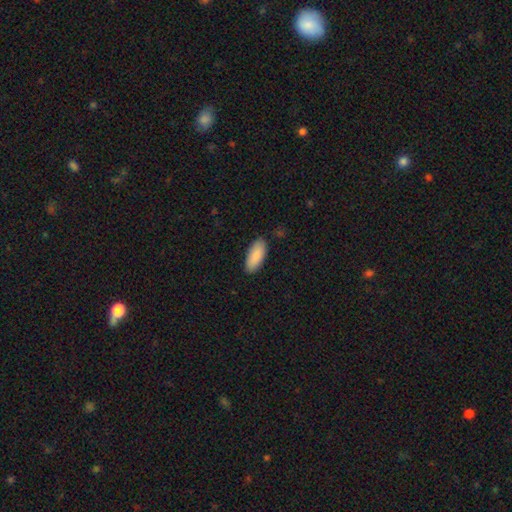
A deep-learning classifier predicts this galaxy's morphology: Q: Smooth or featured?
A: smooth (89%); runner-up: star or artifact (6%)
Q: How rounded?
A: in between (87%); runner-up: cigar-shaped (12%)
Q: Merging?
A: none (87%); runner-up: minor disturbance (10%)